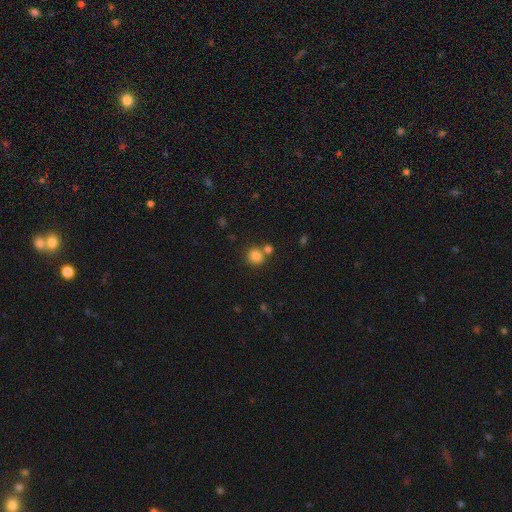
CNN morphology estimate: Smooth or featured?
  - smooth: 83% *
  - star or artifact: 12%
  - featured or disk: 6%
How rounded?
  - round: 89% *
  - in between: 10%
  - cigar-shaped: 1%
Merging?
  - none: 67% *
  - merger: 22%
  - minor disturbance: 9%
  - major disturbance: 3%